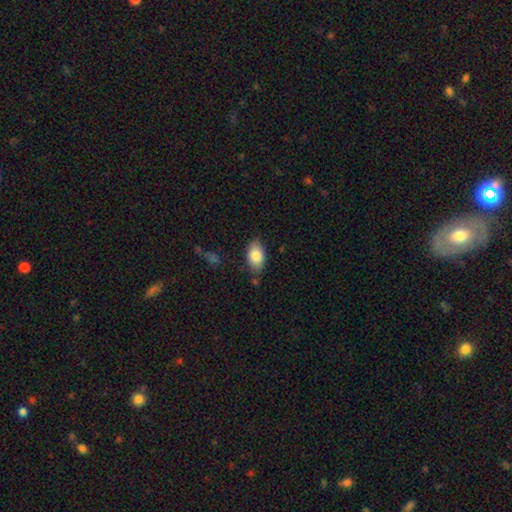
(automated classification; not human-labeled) smooth 84%, featured or disk 10%, star or artifact 7%. Down the decision tree: how rounded — in between (92%); merging — none (78%).